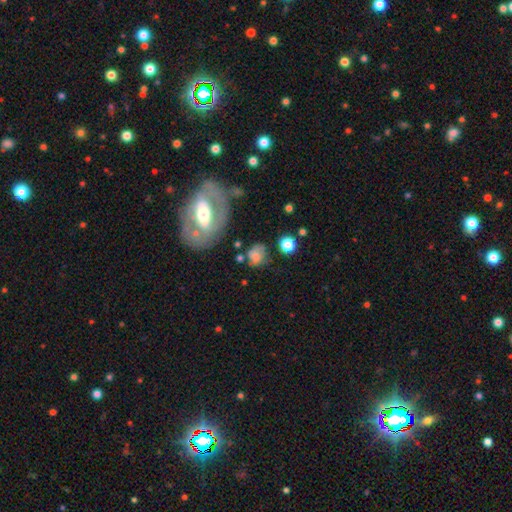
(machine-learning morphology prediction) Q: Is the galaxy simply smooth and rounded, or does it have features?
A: smooth — 65%.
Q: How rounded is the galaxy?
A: round — 59%.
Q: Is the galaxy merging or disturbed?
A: none — 58%.